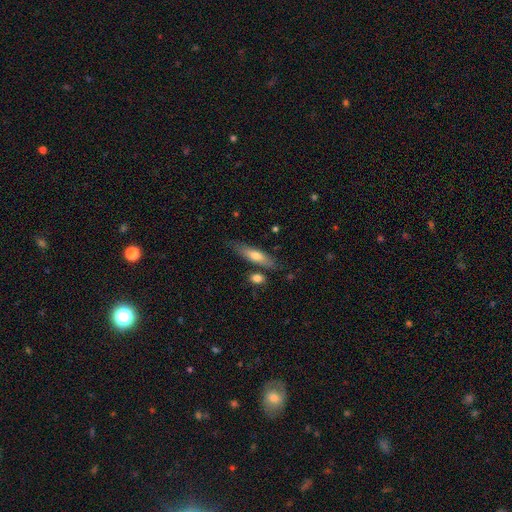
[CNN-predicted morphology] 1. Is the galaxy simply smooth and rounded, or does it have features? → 63% smooth, 31% featured or disk, 6% star or artifact.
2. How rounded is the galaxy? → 70% cigar-shaped, 28% in between, 2% round.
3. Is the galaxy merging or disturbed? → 74% none, 15% minor disturbance, 7% merger, 4% major disturbance.